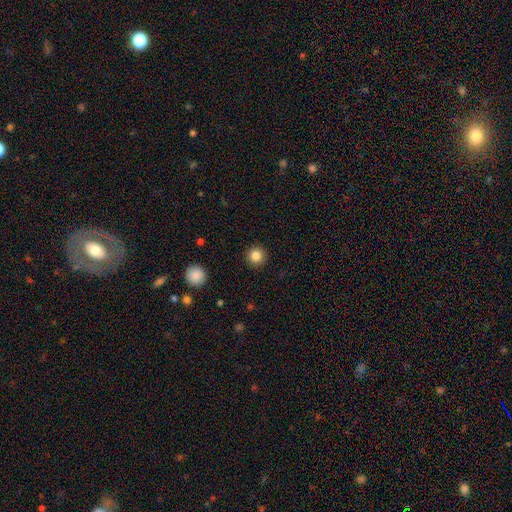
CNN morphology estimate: Smooth or featured?
  - smooth: 84% *
  - star or artifact: 11%
  - featured or disk: 5%
How rounded?
  - round: 95% *
  - in between: 4%
  - cigar-shaped: 1%
Merging?
  - none: 92% *
  - minor disturbance: 5%
  - major disturbance: 2%
  - merger: 1%